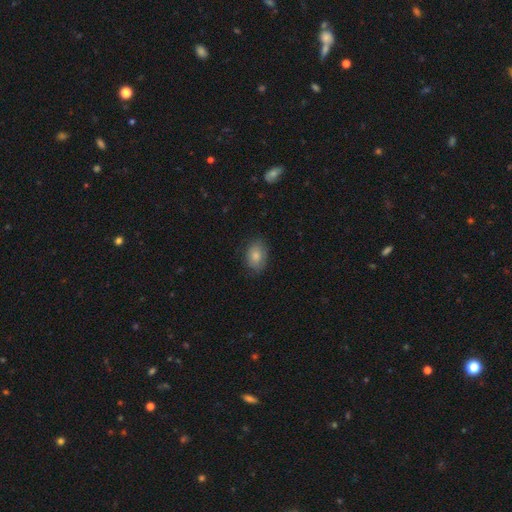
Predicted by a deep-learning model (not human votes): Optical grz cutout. It shows a smooth galaxy with no disk features (82%) that is in between round and cigar-shaped (75%). Merging: none (78%).